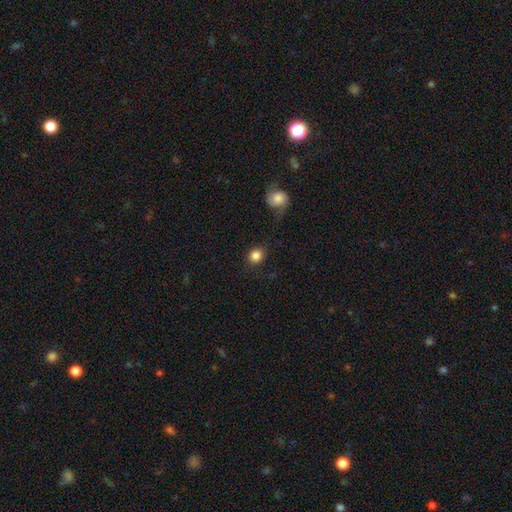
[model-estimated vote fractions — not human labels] Morphology: type=smooth (85%); roundness=round (74%); merging=none (84%).